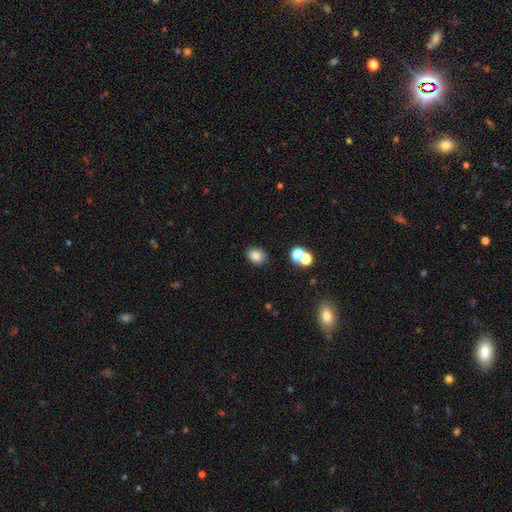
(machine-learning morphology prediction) smooth_or_featured: smooth (p=0.78) [alt: star or artifact p=0.12]
how_rounded: in between (p=0.66) [alt: round p=0.33]
merging: none (p=0.84) [alt: minor disturbance p=0.10]